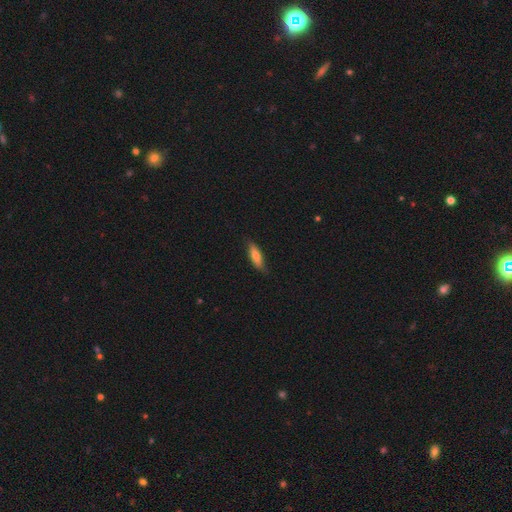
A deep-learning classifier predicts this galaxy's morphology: This is likely a smooth galaxy (75%). How rounded: possibly in between (52%). Merging: likely none (79%).